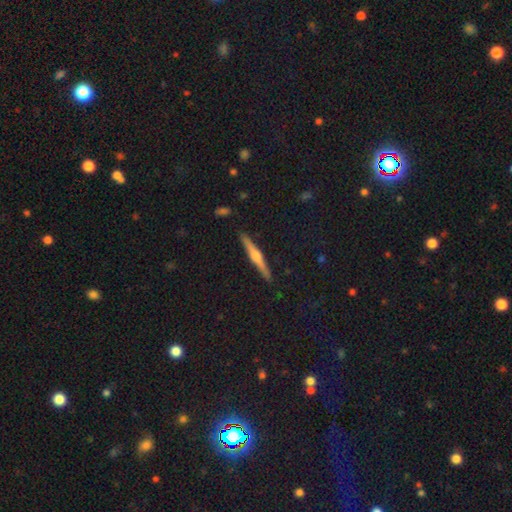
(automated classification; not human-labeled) Smooth or featured: featured or disk — 74% (smooth — 19%)
Edge-on disk: yes — 98% (no — 2%)
Edge-on bulge: rounded — 86% (boxy — 9%)
Merging: none — 91% (minor disturbance — 6%)